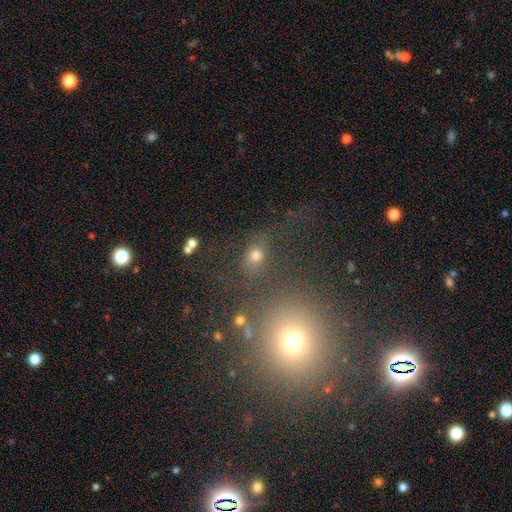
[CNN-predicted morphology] smooth_or_featured: smooth (p=0.64) [alt: star or artifact p=0.23]
how_rounded: in between (p=0.49) [alt: round p=0.48]
merging: none (p=0.63) [alt: minor disturbance p=0.14]